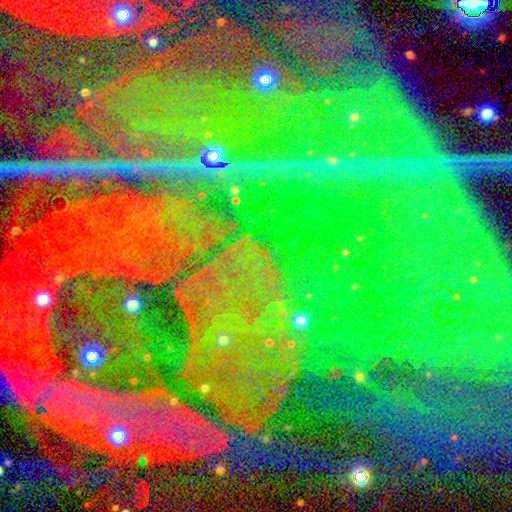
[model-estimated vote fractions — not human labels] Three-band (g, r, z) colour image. It shows a star or artifact, not a galaxy (88%).